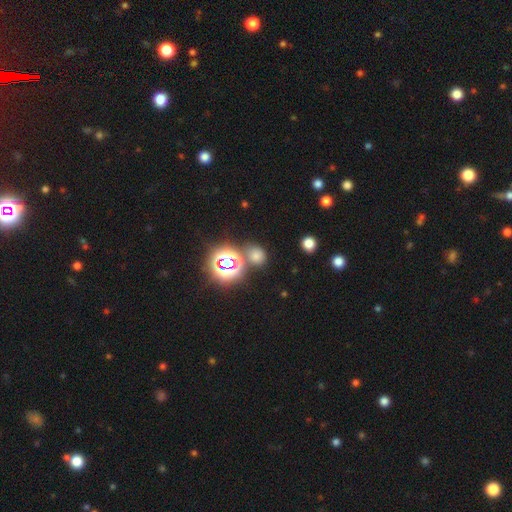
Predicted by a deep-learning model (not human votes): The model was most divided on "smooth or featured": smooth: 60%, star or artifact: 33%, featured or disk: 7%. More confident: merging — none (74%); how rounded — round (71%).